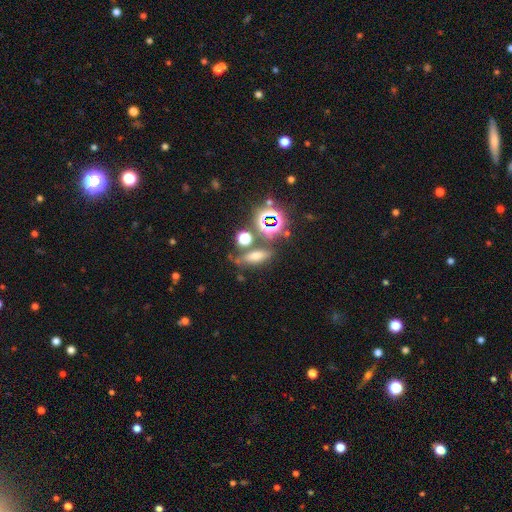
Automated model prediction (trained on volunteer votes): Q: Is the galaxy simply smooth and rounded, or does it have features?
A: smooth — 58%.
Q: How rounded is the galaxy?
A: in between — 55%.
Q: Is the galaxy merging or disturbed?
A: none — 65%.